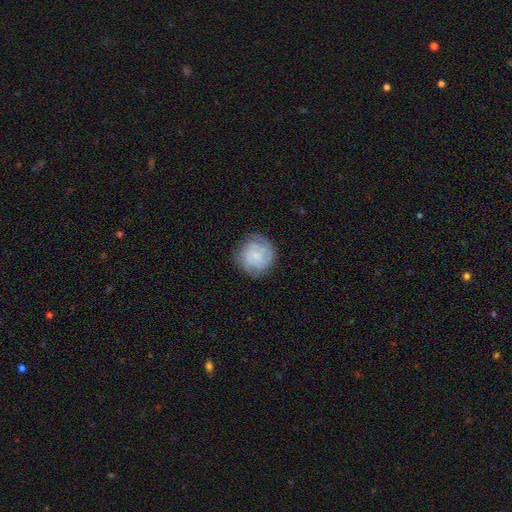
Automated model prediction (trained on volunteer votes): featured or disk 48%, smooth 45%, star or artifact 8%. Down the decision tree: merging — none (76%).